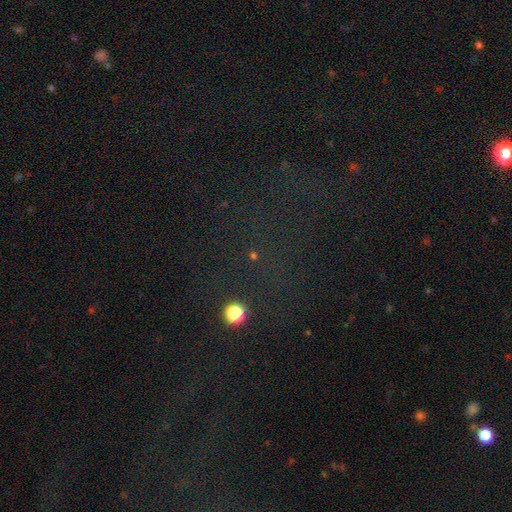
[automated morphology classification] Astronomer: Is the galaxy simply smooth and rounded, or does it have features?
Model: star or artifact — 65%.